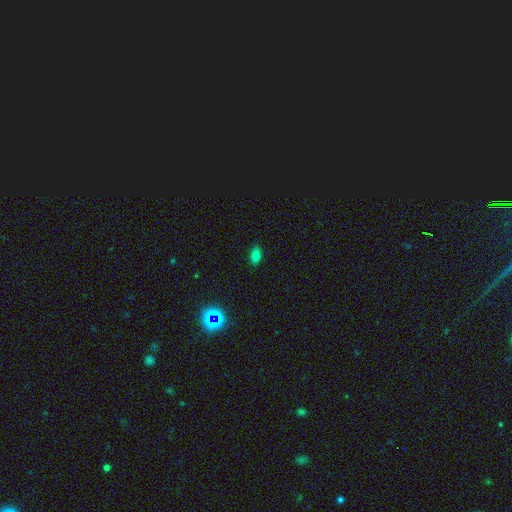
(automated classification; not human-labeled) Q: Smooth or featured?
A: smooth (78%); runner-up: star or artifact (17%)
Q: How rounded?
A: in between (89%); runner-up: round (8%)
Q: Merging?
A: none (87%); runner-up: minor disturbance (10%)